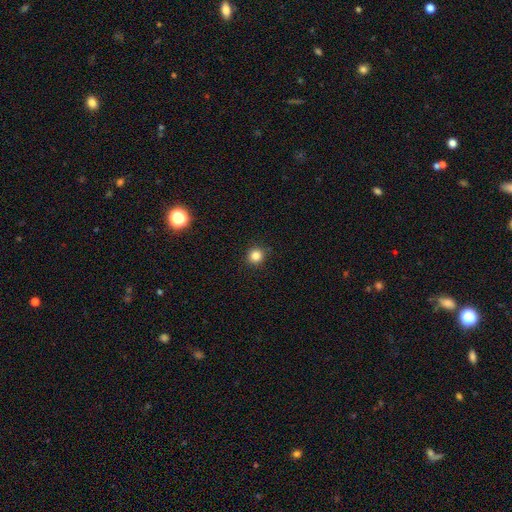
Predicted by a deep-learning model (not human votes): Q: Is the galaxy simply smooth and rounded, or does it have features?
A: smooth — 84%.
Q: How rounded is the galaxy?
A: round — 93%.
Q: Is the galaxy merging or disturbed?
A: none — 92%.